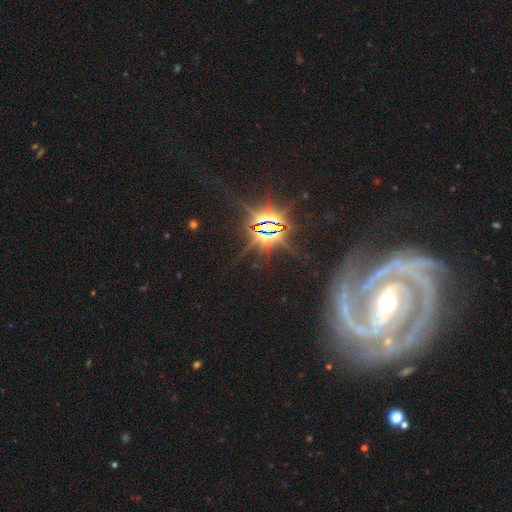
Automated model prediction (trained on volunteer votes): This appears to be a featured or disk galaxy (85%) with a strong bar (43%), 2 (74%) tight (52%) spiral arms (97%) and a moderate central bulge (50%). Merging: none (72%).